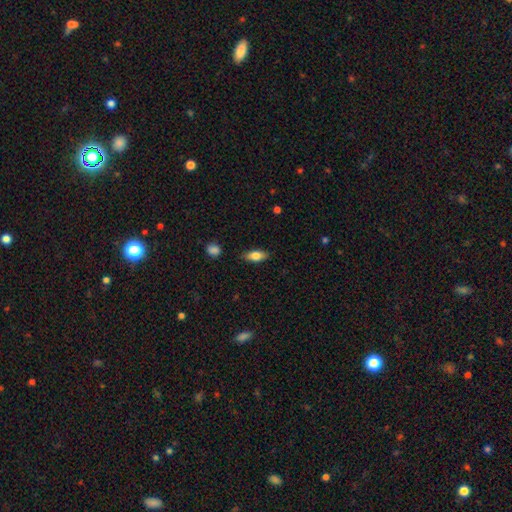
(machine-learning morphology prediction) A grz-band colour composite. It shows a smooth galaxy with no disk features (79%) that is in between round and cigar-shaped (83%). Merging: none (86%).